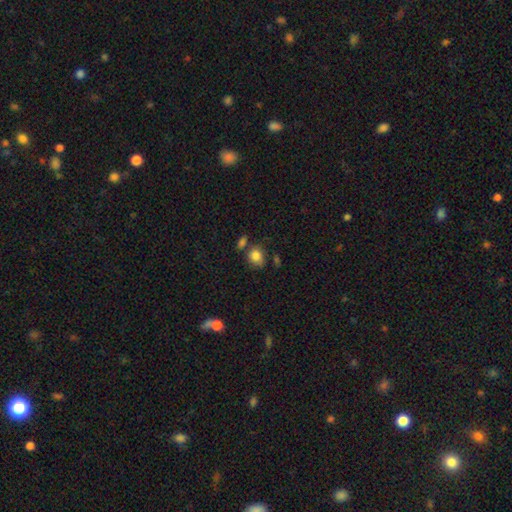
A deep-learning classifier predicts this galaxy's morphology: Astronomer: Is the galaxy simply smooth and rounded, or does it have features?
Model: smooth — 83%.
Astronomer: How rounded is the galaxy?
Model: round — 68%.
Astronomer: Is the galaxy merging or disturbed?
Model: none — 63%.